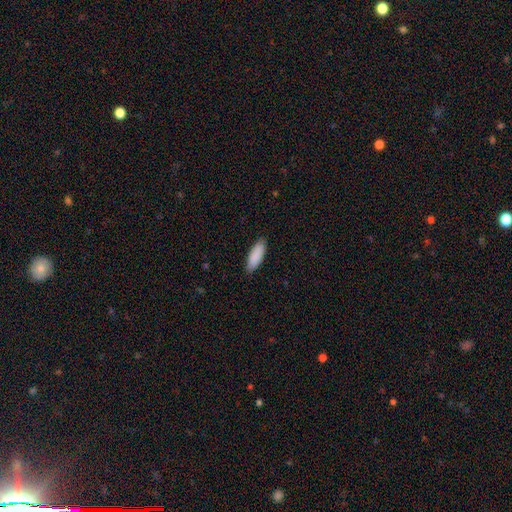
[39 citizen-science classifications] A smooth galaxy with no disk features (90%) that is in between round and cigar-shaped (71%).

Vote fractions:
- Smooth or featured? smooth: 90% / star or artifact: 8% / featured or disk: 3%
- How rounded? in between: 71% / cigar-shaped: 29% / round: 0%
- Merging? none: 81% / minor disturbance: 11% / major disturbance: 8% / merger: 0%